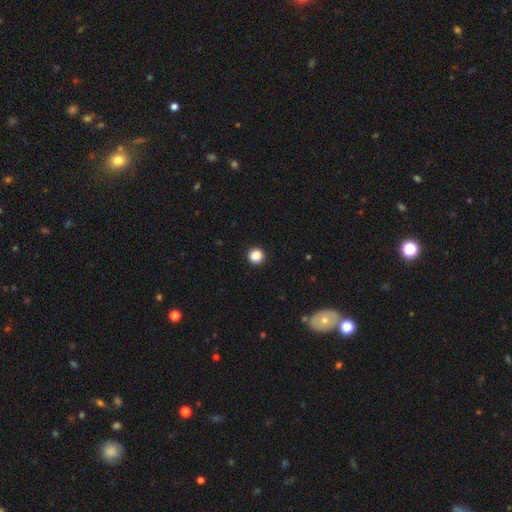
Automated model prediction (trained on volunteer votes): Smooth or featured? Predicted: smooth (p=0.88). How rounded? Predicted: round (p=0.95). Merging? Predicted: none (p=0.93).